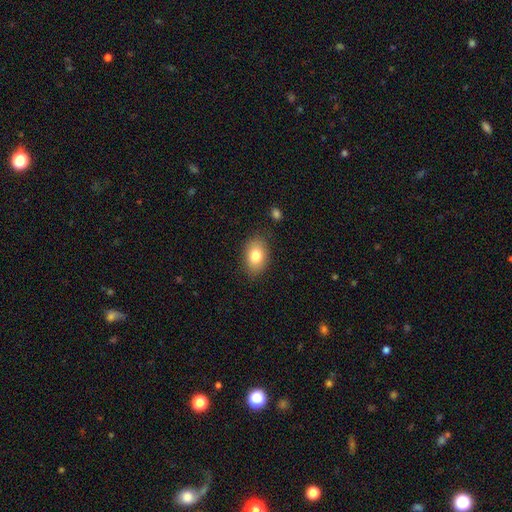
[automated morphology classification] Q: Smooth or featured?
A: smooth (81%); runner-up: featured or disk (11%)
Q: How rounded?
A: in between (82%); runner-up: round (17%)
Q: Merging?
A: none (84%); runner-up: minor disturbance (12%)